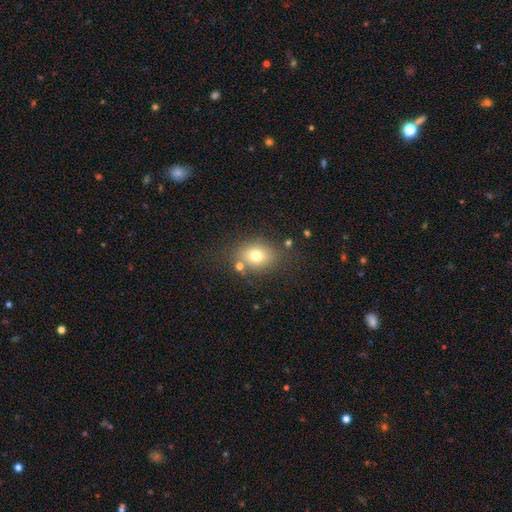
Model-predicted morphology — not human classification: This appears to be a smooth galaxy with no disk features (75%) that is in between round and cigar-shaped (58%). Merging: none (72%).